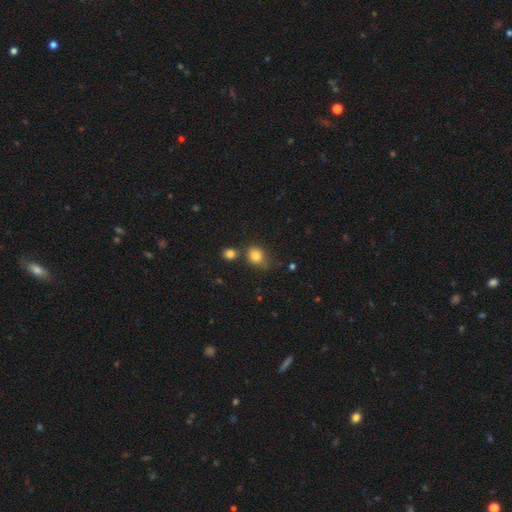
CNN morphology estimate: A smooth galaxy with no disk features (82%) that is round (62%).

Vote fractions:
- Smooth or featured? smooth: 82% / star or artifact: 11% / featured or disk: 7%
- How rounded? round: 62% / in between: 37% / cigar-shaped: 1%
- Merging? none: 60% / minor disturbance: 21% / merger: 13% / major disturbance: 6%